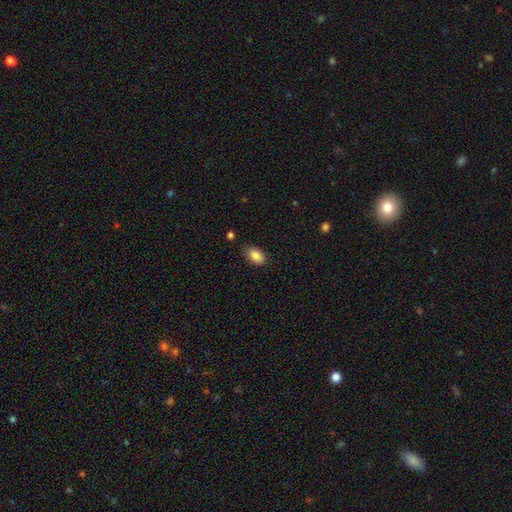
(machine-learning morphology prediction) Overall: smooth (86%). How rounded: in between (92%). Merging: none (81%).